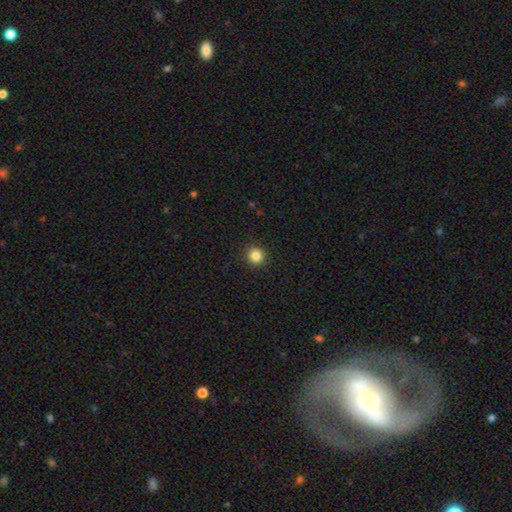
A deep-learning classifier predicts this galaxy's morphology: smooth_or_featured: smooth (p=0.85) [alt: star or artifact p=0.11]
how_rounded: round (p=0.94) [alt: in between p=0.06]
merging: none (p=0.92) [alt: minor disturbance p=0.05]